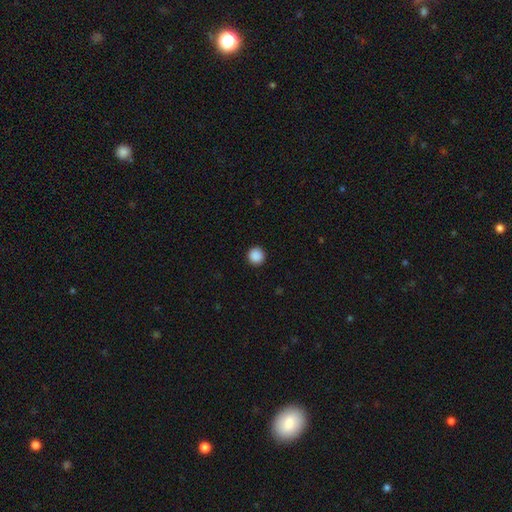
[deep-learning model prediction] Q: Smooth or featured?
A: smooth (89%); runner-up: star or artifact (9%)
Q: How rounded?
A: round (95%); runner-up: in between (4%)
Q: Merging?
A: none (93%); runner-up: minor disturbance (5%)